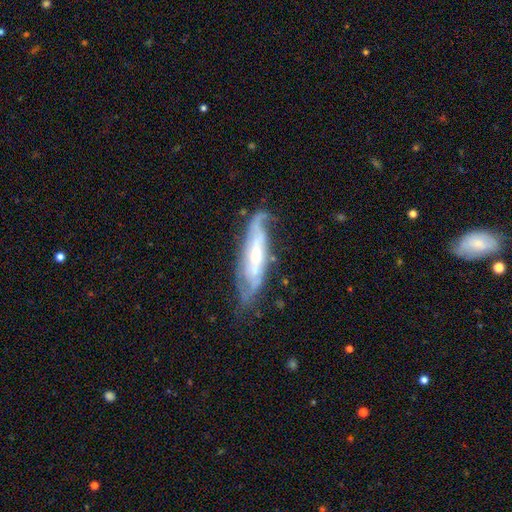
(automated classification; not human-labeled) This is clearly a featured or disk galaxy (80%). It is likely not viewed edge-on (75%). Bar: possibly no (50%). Spiral arm pattern: clearly yes (90%). Spiral arm count: possibly 2 (45%). Spiral winding: possibly tight (48%). Central bulge: possibly small (49%). Merging: likely none (66%).